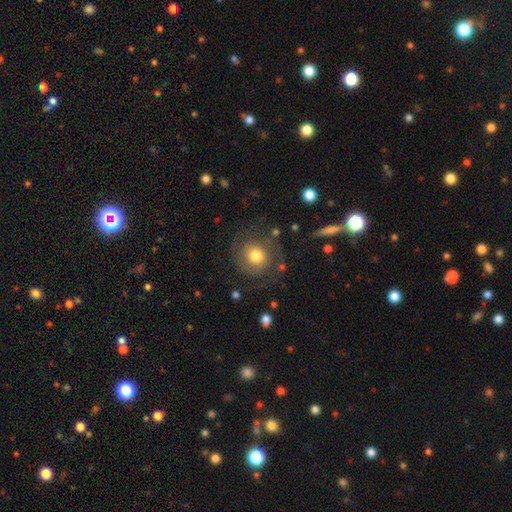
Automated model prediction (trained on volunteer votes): Morphology: type=featured or disk (59%); edge-on=no (97%); bar=no (79%); spiral arms=yes (84%); bulge=moderate (66%); merging=none (73%).